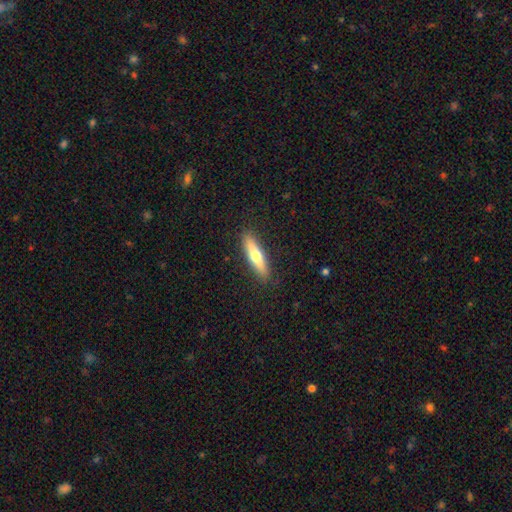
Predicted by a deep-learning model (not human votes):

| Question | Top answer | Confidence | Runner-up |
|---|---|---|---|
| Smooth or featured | smooth | 57% | featured or disk (37%) |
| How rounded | cigar-shaped | 79% | in between (19%) |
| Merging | none | 89% | minor disturbance (8%) |